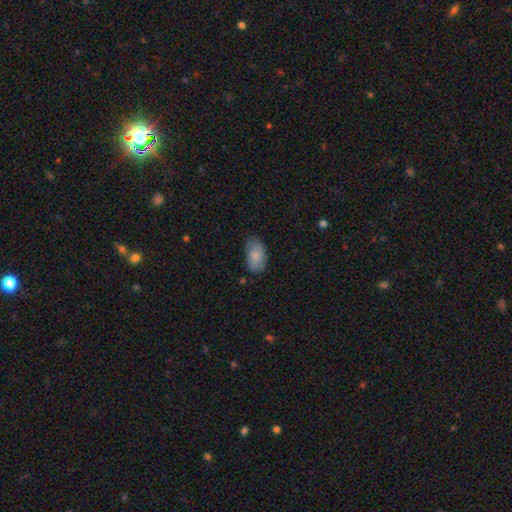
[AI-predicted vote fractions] This is clearly a smooth galaxy (85%). How rounded: clearly in between (94%). Merging: likely none (73%).